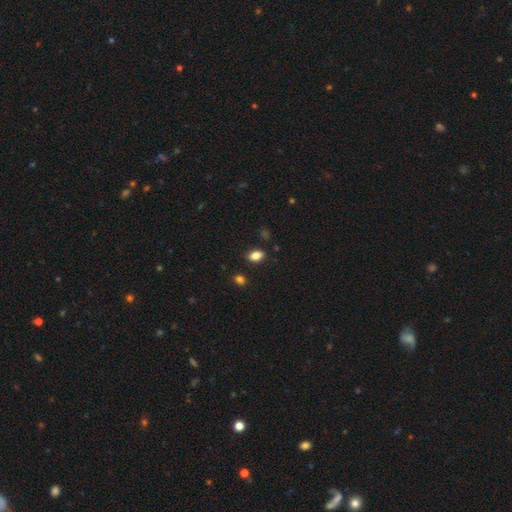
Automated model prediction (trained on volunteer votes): smooth_or_featured: smooth (p=0.84) [alt: star or artifact p=0.10]
how_rounded: in between (p=0.83) [alt: round p=0.16]
merging: none (p=0.86) [alt: minor disturbance p=0.10]